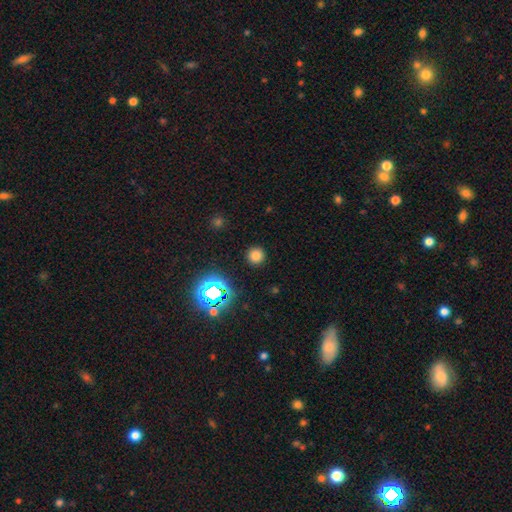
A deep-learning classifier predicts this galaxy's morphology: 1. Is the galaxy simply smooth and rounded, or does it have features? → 74% smooth, 21% star or artifact, 5% featured or disk.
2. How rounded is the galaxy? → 94% round, 5% in between, 1% cigar-shaped.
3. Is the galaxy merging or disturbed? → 90% none, 6% minor disturbance, 3% major disturbance, 1% merger.